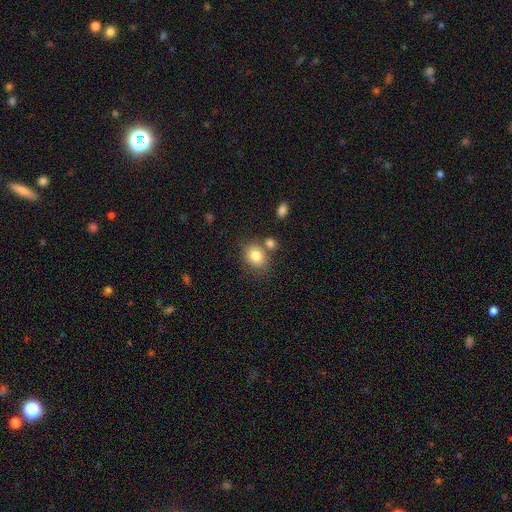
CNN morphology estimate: smooth 80%, featured or disk 10%, star or artifact 10%. Down the decision tree: how rounded — in between (51%); merging — none (64%).